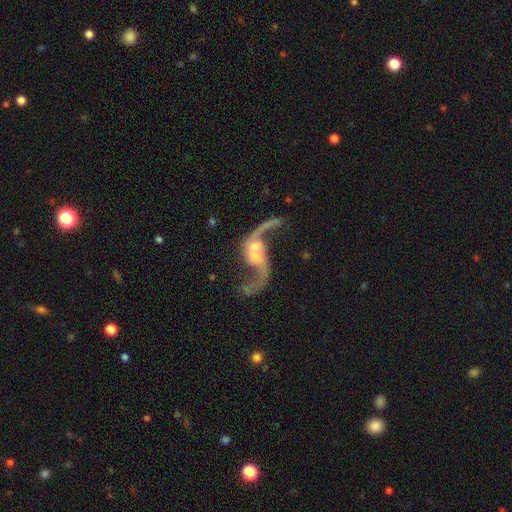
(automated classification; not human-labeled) This is clearly a featured or disk galaxy (90%). It is clearly not viewed edge-on (95%). Bar: possibly no (51%). Spiral arm pattern: clearly yes (97%). Spiral arm count: clearly 2 (93%). Spiral winding: clearly loose (88%). Central bulge: possibly small (48%). Merging: likely none (65%).